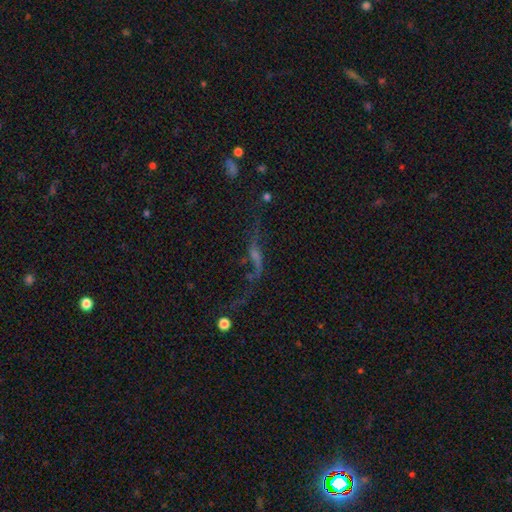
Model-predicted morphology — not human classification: type=featured or disk (69%); edge-on=no (78%); bar=no (49%); spiral arms=yes (79%); bulge=small (43%); merging=none (47%).